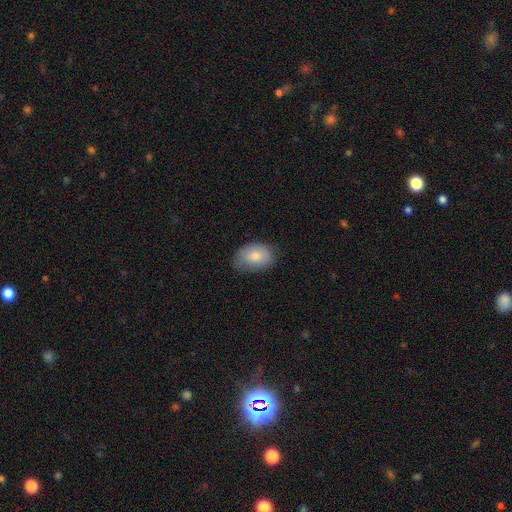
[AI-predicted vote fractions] This is likely a smooth galaxy (79%). How rounded: clearly in between (83%). Merging: likely none (65%).